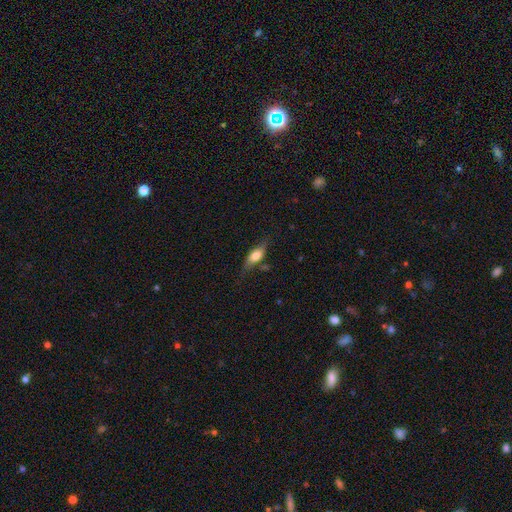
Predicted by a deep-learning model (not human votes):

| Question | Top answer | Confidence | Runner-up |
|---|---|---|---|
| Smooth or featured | smooth | 59% | featured or disk (33%) |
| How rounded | in between | 70% | cigar-shaped (25%) |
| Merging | none | 62% | minor disturbance (25%) |